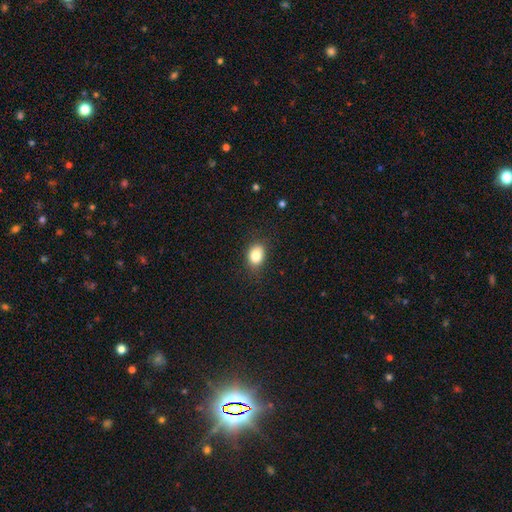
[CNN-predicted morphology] This is clearly a smooth galaxy (83%). How rounded: likely in between (64%). Merging: clearly none (81%).